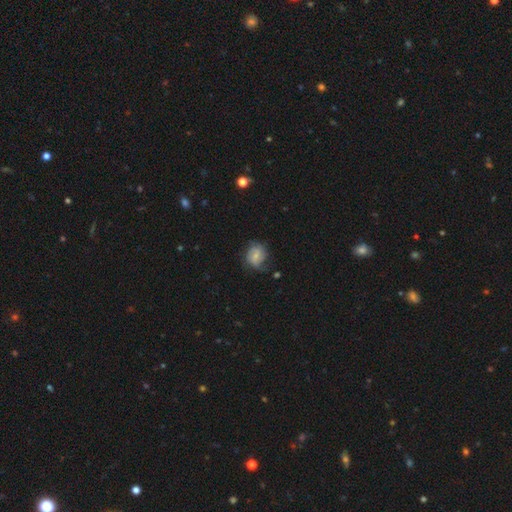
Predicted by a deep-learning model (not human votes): Q: Smooth or featured?
A: featured or disk (55%); runner-up: smooth (37%)
Q: Edge-on disk?
A: no (98%); runner-up: yes (2%)
Q: Bar?
A: no (51%); runner-up: weak (40%)
Q: Spiral arms?
A: yes (87%); runner-up: no (13%)
Q: Bulge size?
A: small (57%); runner-up: moderate (33%)
Q: Merging?
A: none (60%); runner-up: minor disturbance (26%)